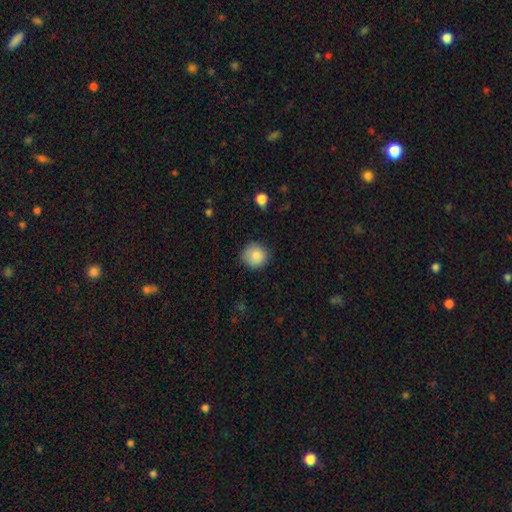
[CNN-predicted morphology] A smooth galaxy with no disk features (87%) that is round (92%).

Vote fractions:
- Smooth or featured? smooth: 87% / star or artifact: 8% / featured or disk: 5%
- How rounded? round: 92% / in between: 7% / cigar-shaped: 1%
- Merging? none: 84% / minor disturbance: 12% / major disturbance: 2% / merger: 1%